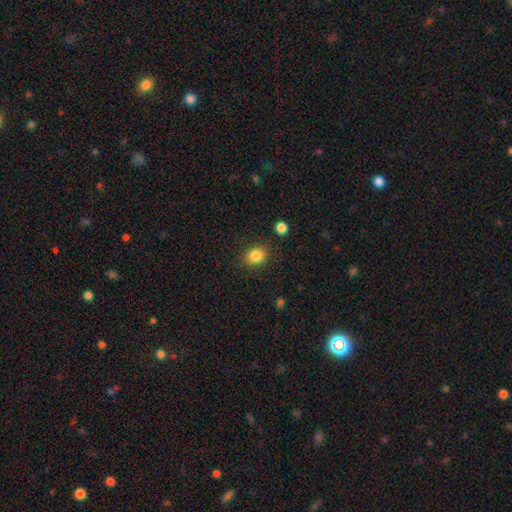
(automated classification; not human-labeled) Q: Smooth or featured?
A: smooth (85%); runner-up: star or artifact (10%)
Q: How rounded?
A: round (63%); runner-up: in between (36%)
Q: Merging?
A: none (86%); runner-up: minor disturbance (9%)